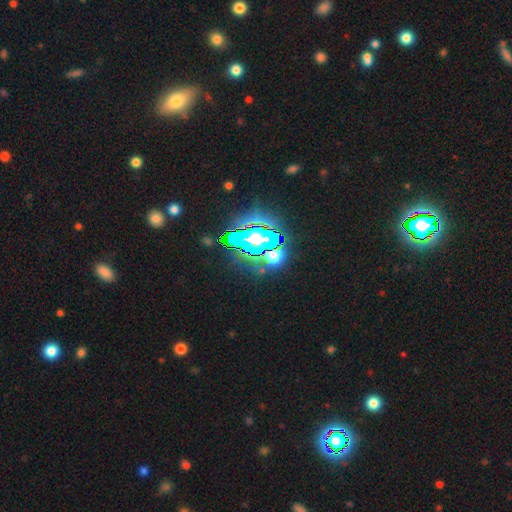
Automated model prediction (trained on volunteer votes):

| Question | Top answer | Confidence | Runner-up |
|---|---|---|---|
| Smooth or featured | star or artifact | 78% | featured or disk (11%) |